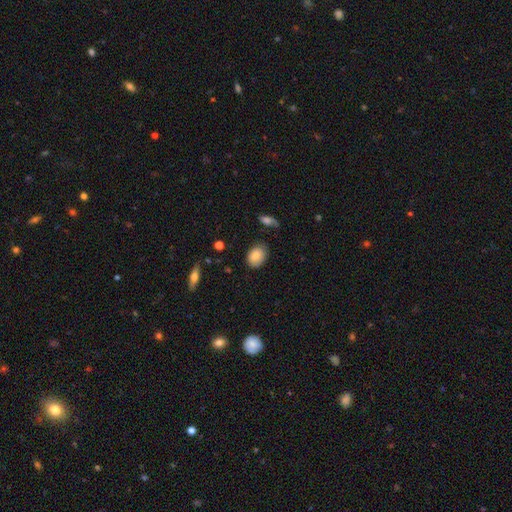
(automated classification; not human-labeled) This is clearly a smooth galaxy (83%). How rounded: likely in between (75%). Merging: likely none (77%).